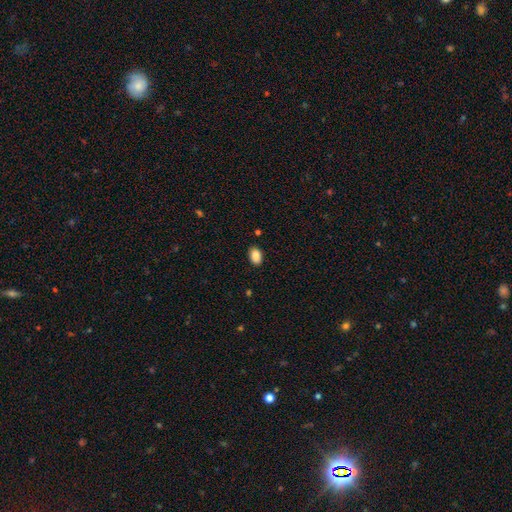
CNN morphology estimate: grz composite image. It shows a smooth galaxy with no disk features (88%) that is in between round and cigar-shaped (90%). Merging: none (88%).